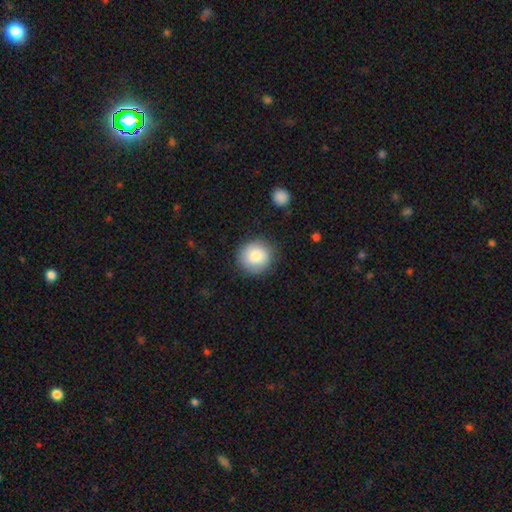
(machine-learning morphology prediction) smooth-or-featured: smooth: 82% | featured or disk: 11% | star or artifact: 7%
  how-rounded: round: 91% | in between: 9% | cigar-shaped: 1%
  merging: none: 86% | minor disturbance: 10% | major disturbance: 3% | merger: 1%